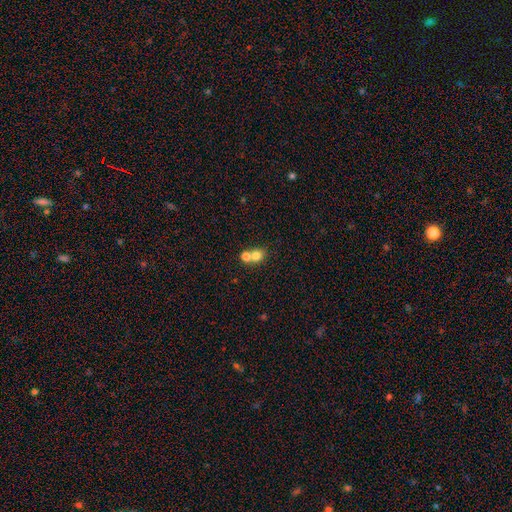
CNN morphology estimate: smooth 76%, featured or disk 12%, star or artifact 12%. Down the decision tree: how rounded — round (73%); merging — merger (57%).